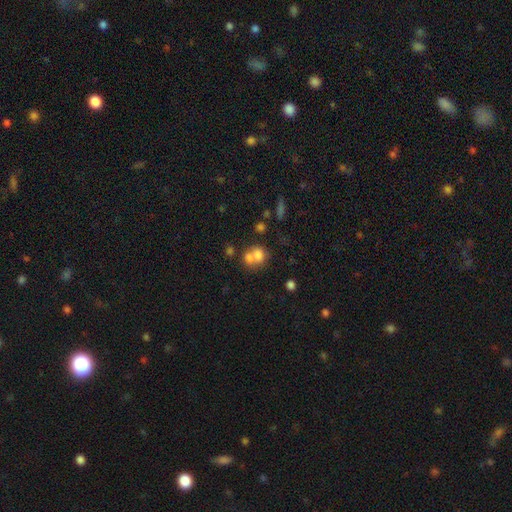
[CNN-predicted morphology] Smooth or featured? smooth (70%)
How rounded? round (62%)
Merging? merger (60%)